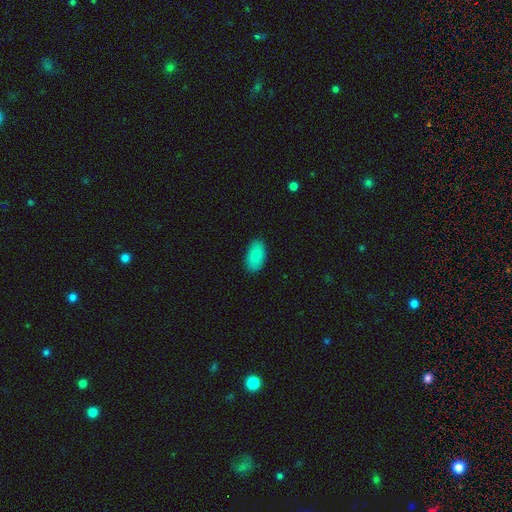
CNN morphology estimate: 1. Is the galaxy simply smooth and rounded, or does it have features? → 87% smooth, 7% star or artifact, 6% featured or disk.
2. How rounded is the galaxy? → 94% in between, 4% round, 2% cigar-shaped.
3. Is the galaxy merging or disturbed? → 88% none, 9% minor disturbance, 2% major disturbance, 1% merger.